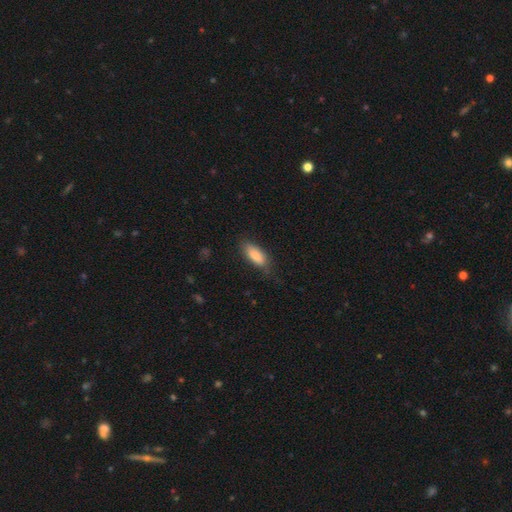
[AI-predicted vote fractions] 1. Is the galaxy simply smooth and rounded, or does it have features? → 84% smooth, 10% featured or disk, 6% star or artifact.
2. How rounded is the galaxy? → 76% in between, 22% cigar-shaped, 2% round.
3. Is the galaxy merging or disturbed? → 73% none, 21% minor disturbance, 5% major disturbance, 1% merger.